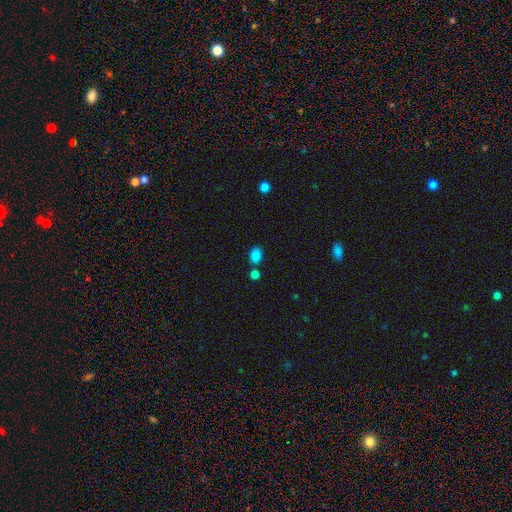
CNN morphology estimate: Smooth or featured? Predicted: smooth (p=0.84). How rounded? Predicted: in between (p=0.72). Merging? Predicted: none (p=0.69).